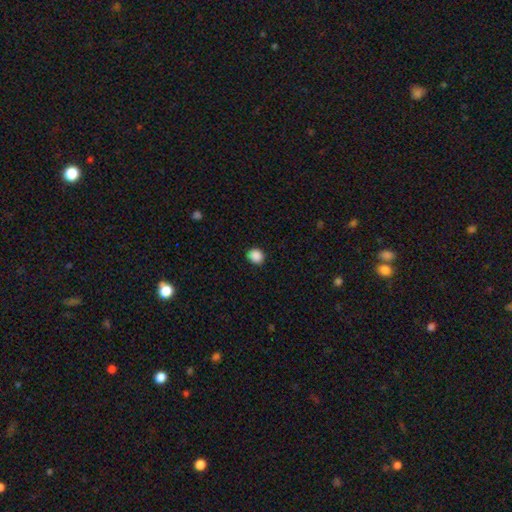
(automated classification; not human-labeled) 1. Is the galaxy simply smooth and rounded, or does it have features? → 89% smooth, 9% star or artifact, 2% featured or disk.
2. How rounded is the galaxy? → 72% round, 27% in between, 1% cigar-shaped.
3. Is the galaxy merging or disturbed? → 90% none, 7% minor disturbance, 2% major disturbance, 1% merger.